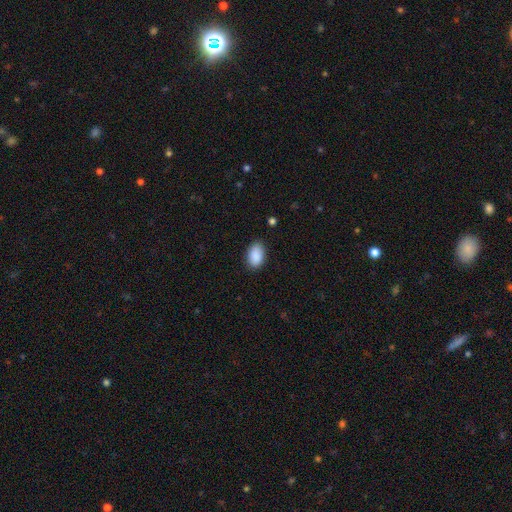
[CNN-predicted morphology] This is clearly a smooth galaxy (90%). How rounded: clearly in between (92%). Merging: clearly none (85%).